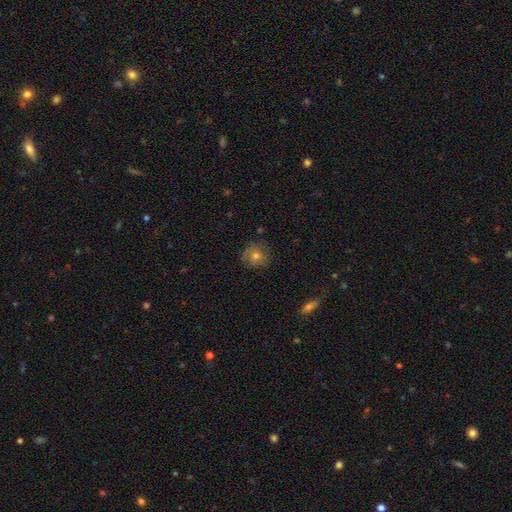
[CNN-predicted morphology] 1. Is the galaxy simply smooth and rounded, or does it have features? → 51% smooth, 32% featured or disk, 17% star or artifact.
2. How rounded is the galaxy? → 84% round, 14% in between, 1% cigar-shaped.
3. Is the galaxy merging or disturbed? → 76% none, 16% minor disturbance, 6% major disturbance, 2% merger.